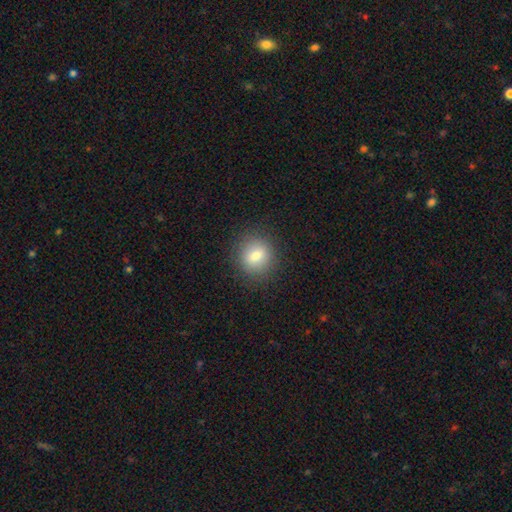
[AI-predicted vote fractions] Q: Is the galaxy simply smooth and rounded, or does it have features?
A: smooth — 79%.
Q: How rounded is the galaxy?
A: round — 81%.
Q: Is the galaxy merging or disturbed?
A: none — 88%.